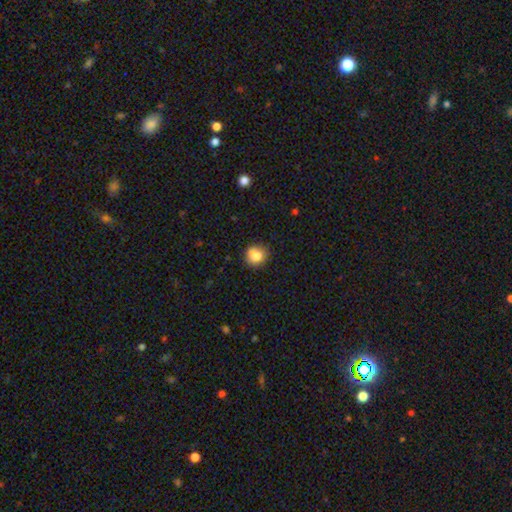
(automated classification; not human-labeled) Overall: smooth (81%). How rounded: round (80%). Merging: none (67%).